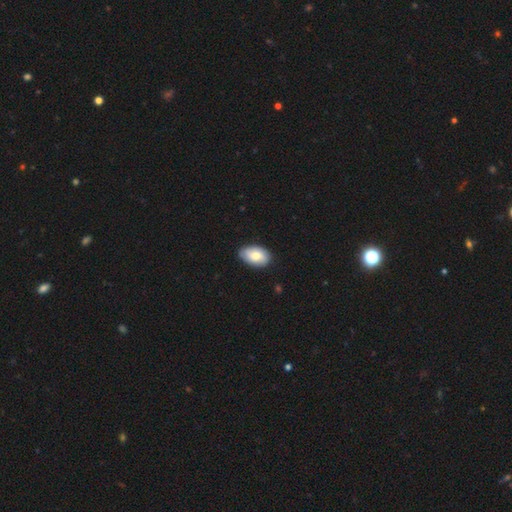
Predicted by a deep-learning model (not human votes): smooth-or-featured: smooth: 75% | featured or disk: 19% | star or artifact: 6%
  how-rounded: in between: 91% | round: 8% | cigar-shaped: 1%
  merging: none: 80% | minor disturbance: 16% | major disturbance: 2% | merger: 1%